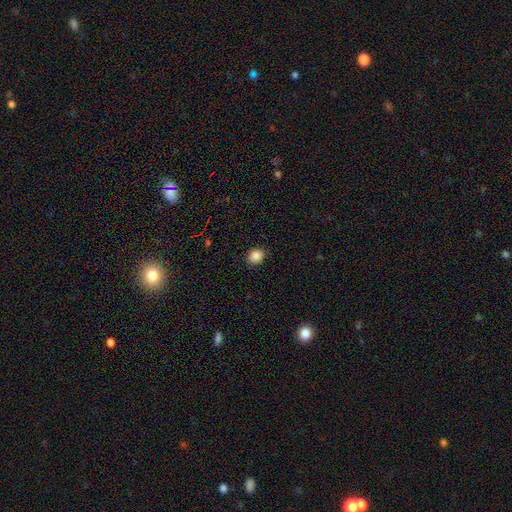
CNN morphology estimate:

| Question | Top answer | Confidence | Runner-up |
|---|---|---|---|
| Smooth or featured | smooth | 86% | star or artifact (10%) |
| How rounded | round | 66% | in between (33%) |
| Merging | none | 86% | minor disturbance (11%) |